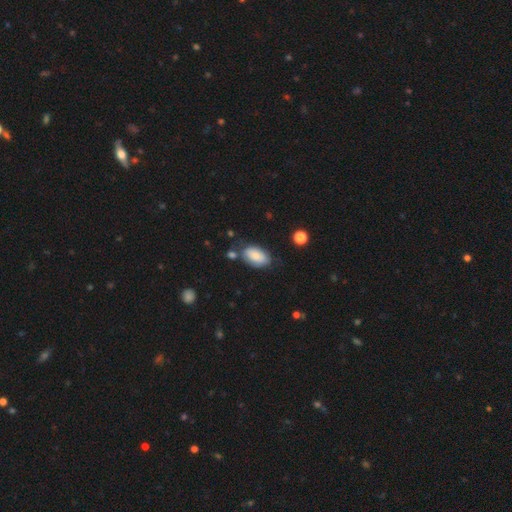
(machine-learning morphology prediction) This appears to be a smooth galaxy with no disk features (80%) that is in between round and cigar-shaped (94%). Merging: none (64%).